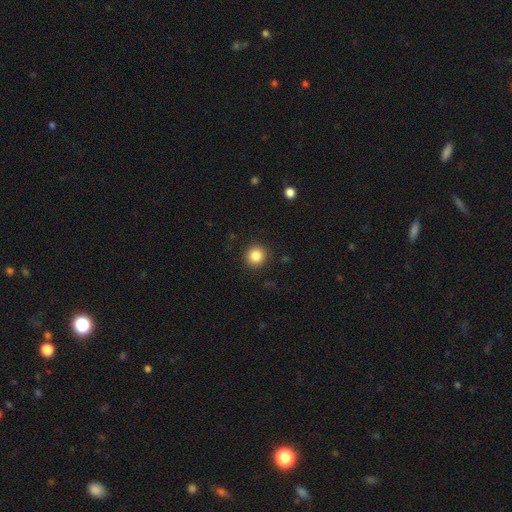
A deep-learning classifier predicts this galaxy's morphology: Smooth or featured?
  - smooth: 85% *
  - star or artifact: 10%
  - featured or disk: 5%
How rounded?
  - round: 93% *
  - in between: 6%
  - cigar-shaped: 1%
Merging?
  - none: 91% *
  - minor disturbance: 6%
  - major disturbance: 2%
  - merger: 1%